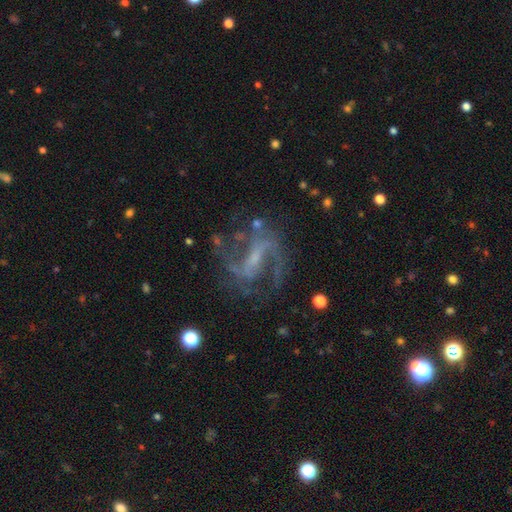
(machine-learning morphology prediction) type=featured or disk (88%); edge-on=no (97%); bar=strong (43%, tied with weak); spiral arms=yes (96%); winding=medium (53%); arm count=2 (85%); bulge=small (57%); merging=none (70%).